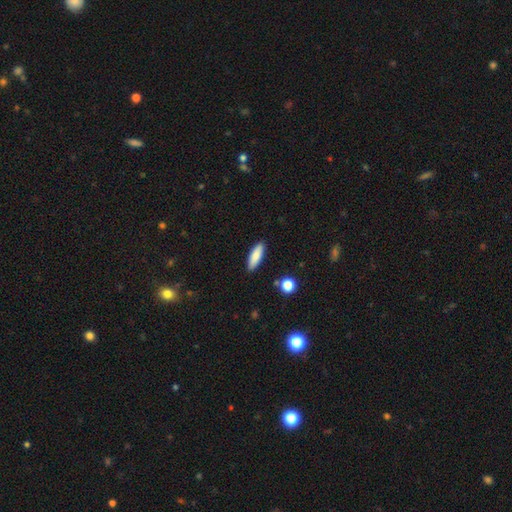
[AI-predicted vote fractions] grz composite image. It shows a smooth galaxy with no disk features (82%) that is in between round and cigar-shaped (50%). Merging: none (88%).